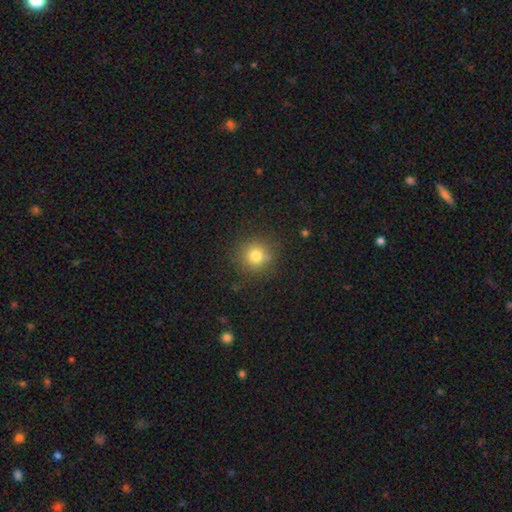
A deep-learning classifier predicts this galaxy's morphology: type=smooth (77%); roundness=round (92%); merging=none (85%).